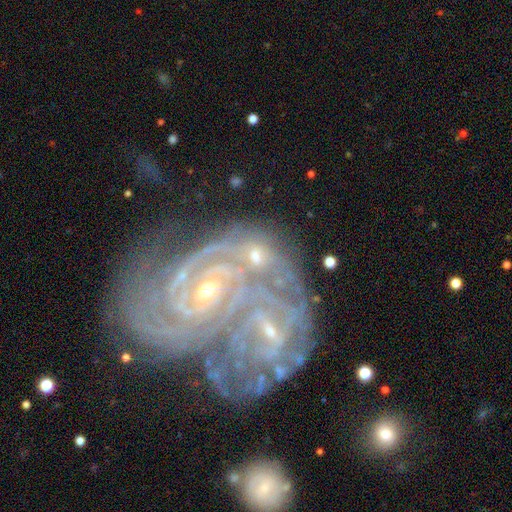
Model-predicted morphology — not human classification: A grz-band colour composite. It shows a featured or disk galaxy (69%) with no bar (53%), tight (74%) spiral arms (88%) and a moderate central bulge (45%). Merging: merger (60%).